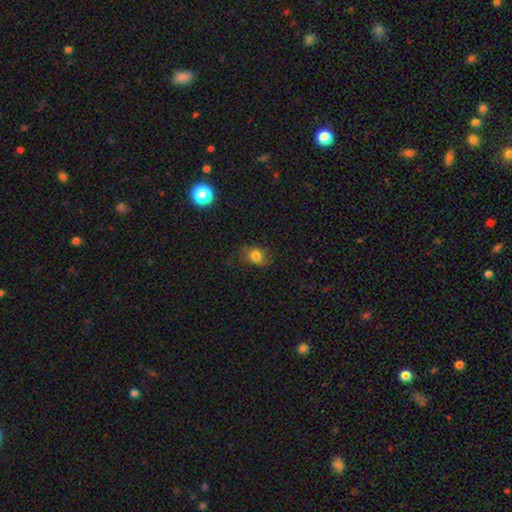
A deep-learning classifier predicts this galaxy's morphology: type=smooth (78%); roundness=in between (53%); merging=none (70%).